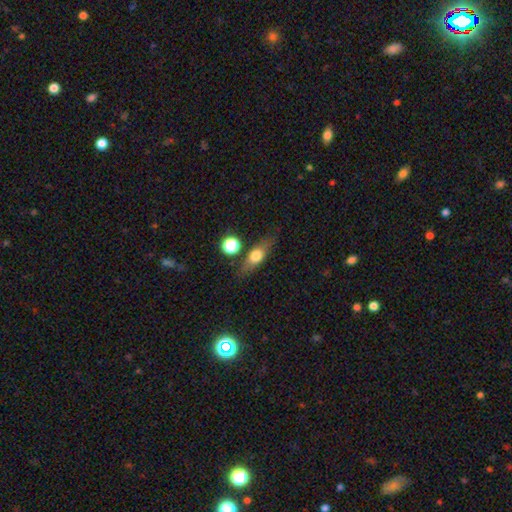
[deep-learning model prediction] Smooth or featured? smooth (55%)
How rounded? in between (45%)
Merging? none (75%)